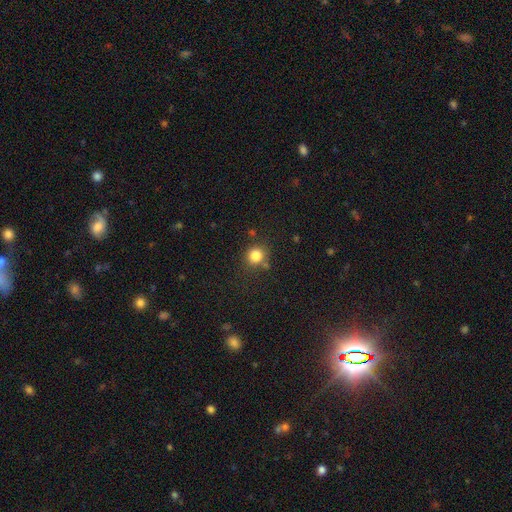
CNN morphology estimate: Smooth or featured? Predicted: smooth (p=0.83). How rounded? Predicted: round (p=0.87). Merging? Predicted: none (p=0.75).